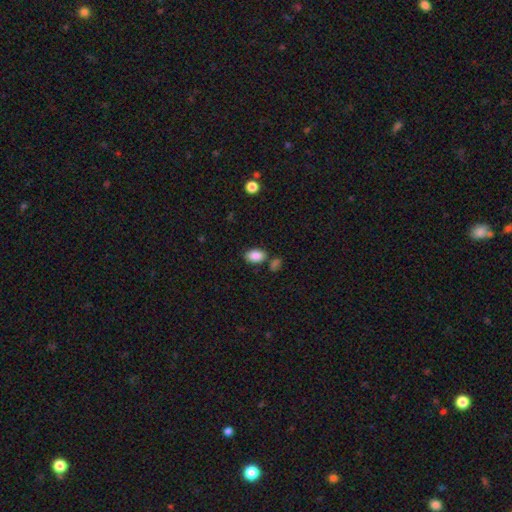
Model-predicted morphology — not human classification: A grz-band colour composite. It shows a smooth galaxy with no disk features (86%) that is in between round and cigar-shaped (89%). Merging: none (75%).